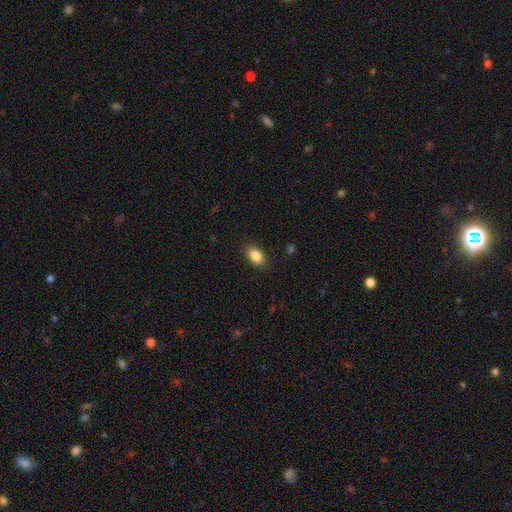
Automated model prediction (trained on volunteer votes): Smooth or featured: smooth — 85% (star or artifact — 8%)
How rounded: in between — 86% (round — 12%)
Merging: none — 88% (minor disturbance — 9%)